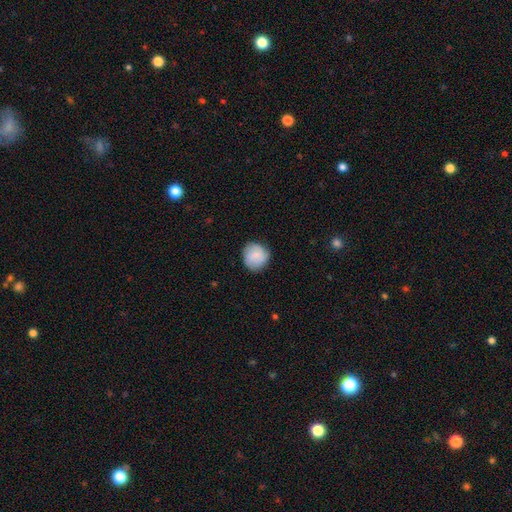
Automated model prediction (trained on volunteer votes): A smooth galaxy with no disk features (80%) that is round (90%).

Vote fractions:
- Smooth or featured? smooth: 80% / featured or disk: 13% / star or artifact: 7%
- How rounded? round: 90% / in between: 9% / cigar-shaped: 1%
- Merging? none: 81% / minor disturbance: 15% / major disturbance: 3% / merger: 1%